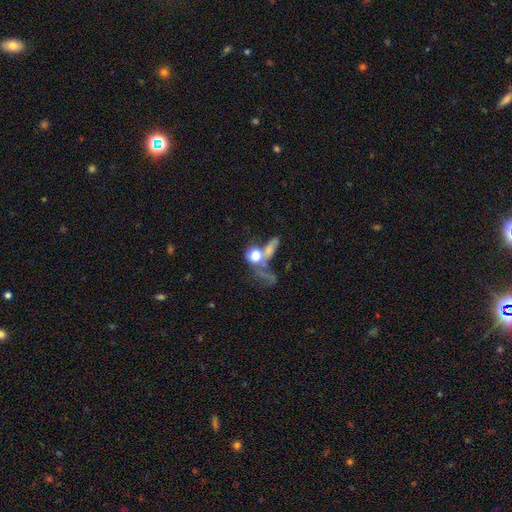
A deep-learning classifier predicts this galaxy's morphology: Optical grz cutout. It shows a smooth galaxy with no disk features (63%) that is round (64%). Merging: merger (50%).